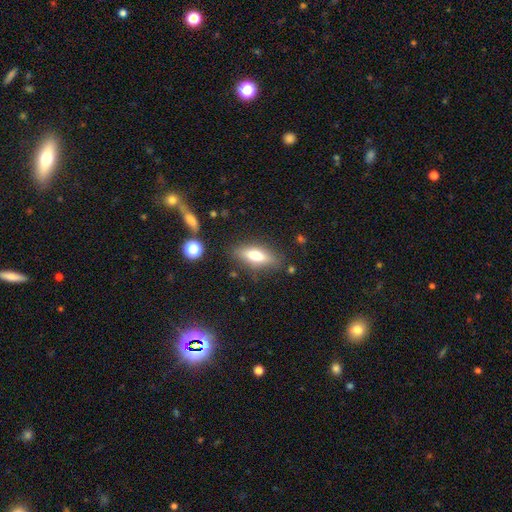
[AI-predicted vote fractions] A smooth galaxy with no disk features (63%) that is in between round and cigar-shaped (60%).

Vote fractions:
- Smooth or featured? smooth: 63% / featured or disk: 29% / star or artifact: 8%
- How rounded? in between: 60% / cigar-shaped: 37% / round: 3%
- Merging? none: 81% / minor disturbance: 13% / major disturbance: 4% / merger: 3%